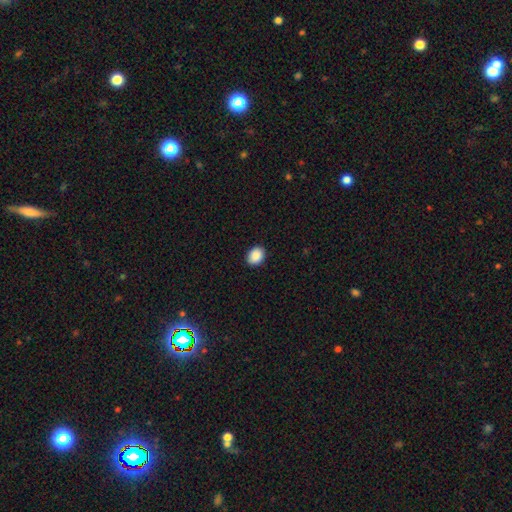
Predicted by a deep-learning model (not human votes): Smooth or featured? Predicted: smooth (p=0.90). How rounded? Predicted: in between (p=0.54). Merging? Predicted: none (p=0.90).